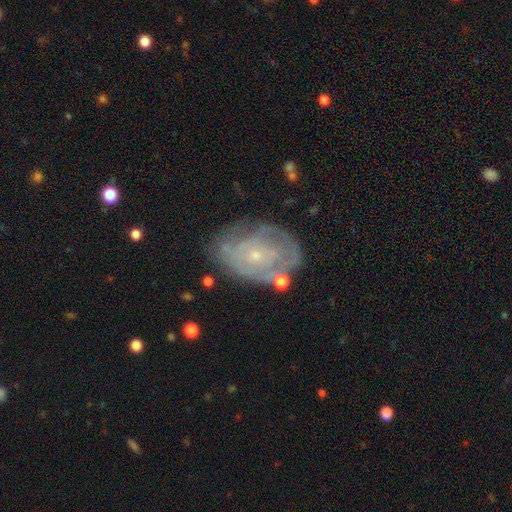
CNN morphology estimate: A featured or disk galaxy (74%) with no bar (80%), tight (68%) spiral arms (71%) and a small central bulge (81%). Merging: none (63%).